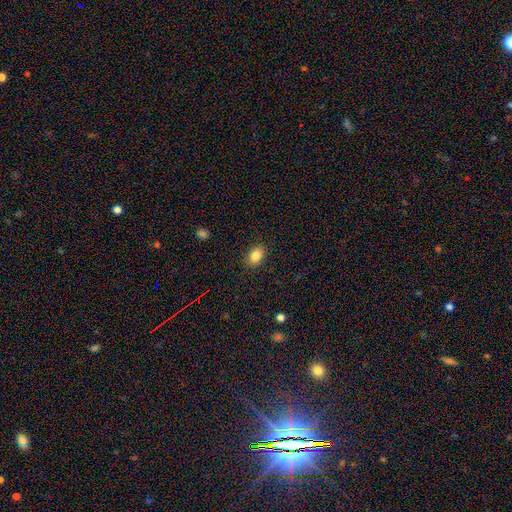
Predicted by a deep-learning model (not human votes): A smooth galaxy with no disk features (85%) that is in between round and cigar-shaped (76%). Merging: none (88%).